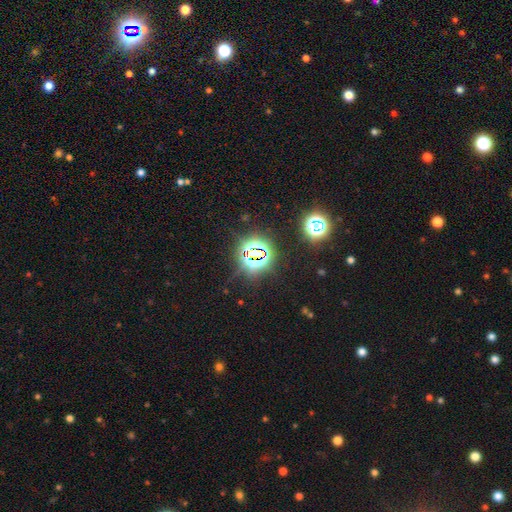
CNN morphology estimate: smooth-or-featured: star or artifact: 79% | smooth: 13% | featured or disk: 8%